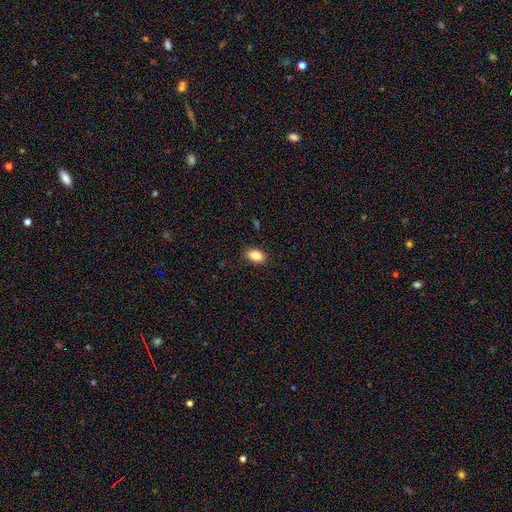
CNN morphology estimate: Smooth or featured?
  - smooth: 85% *
  - star or artifact: 8%
  - featured or disk: 7%
How rounded?
  - in between: 87% *
  - round: 11%
  - cigar-shaped: 2%
Merging?
  - none: 88% *
  - minor disturbance: 9%
  - major disturbance: 2%
  - merger: 1%